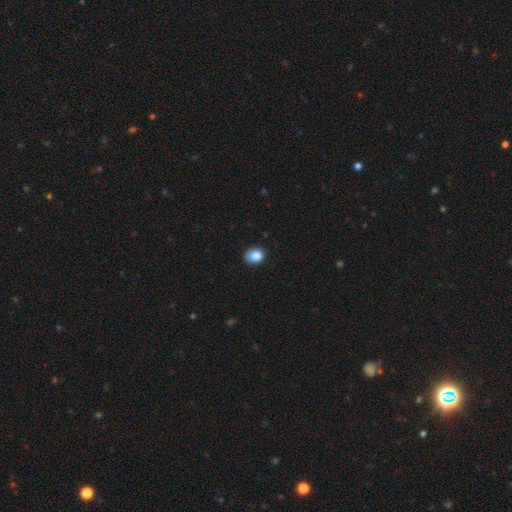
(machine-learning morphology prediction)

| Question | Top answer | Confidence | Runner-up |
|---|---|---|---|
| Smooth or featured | smooth | 85% | star or artifact (10%) |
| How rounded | round | 59% | in between (41%) |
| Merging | none | 85% | minor disturbance (12%) |